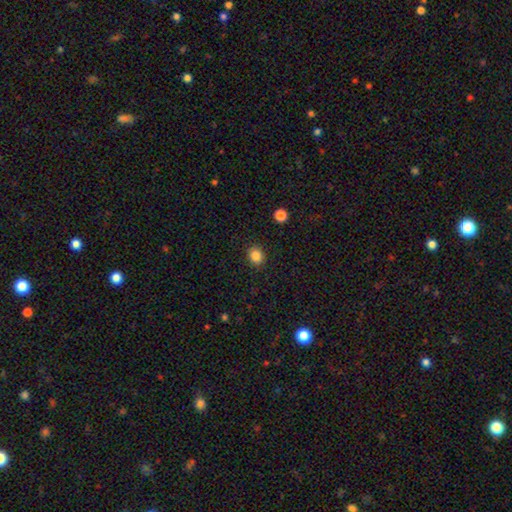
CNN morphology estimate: This is clearly a smooth galaxy (85%). How rounded: likely round (66%). Merging: clearly none (90%).